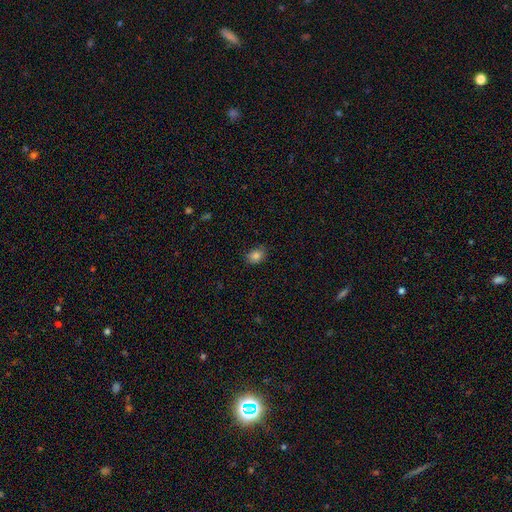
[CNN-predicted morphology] Smooth or featured: smooth — 84% (star or artifact — 11%)
How rounded: in between — 63% (round — 36%)
Merging: none — 81% (minor disturbance — 15%)